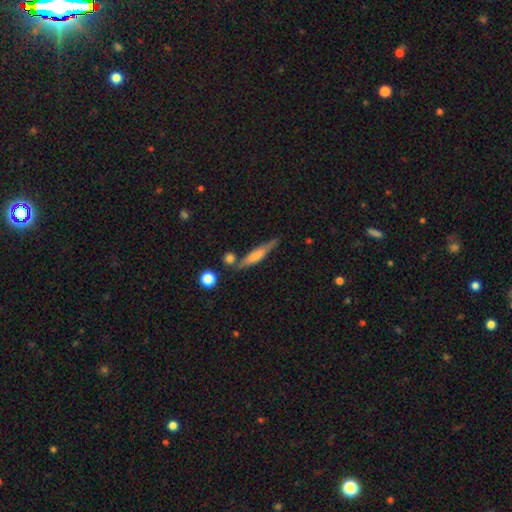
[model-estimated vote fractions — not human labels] Overall: smooth (54%; featured or disk 39%). How rounded: cigar-shaped (84%). Merging: none (70%).